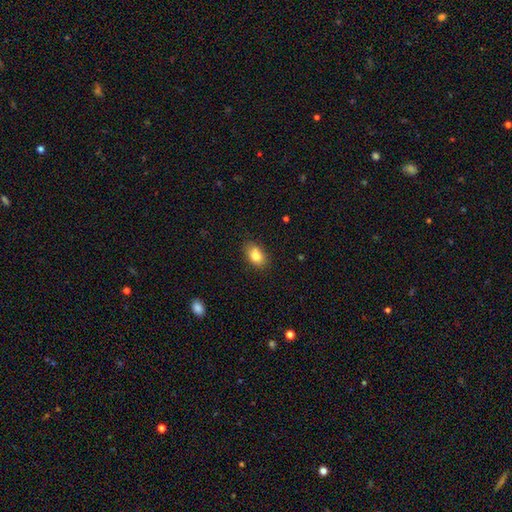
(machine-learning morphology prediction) smooth 80%, featured or disk 11%, star or artifact 9%. Down the decision tree: how rounded — in between (80%); merging — none (71%).